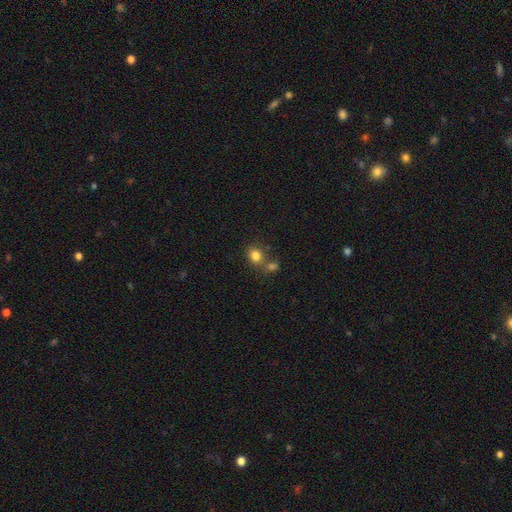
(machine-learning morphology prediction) Smooth or featured?
  - smooth: 81% *
  - star or artifact: 12%
  - featured or disk: 7%
How rounded?
  - round: 58% *
  - in between: 41%
  - cigar-shaped: 1%
Merging?
  - none: 55% *
  - merger: 30%
  - minor disturbance: 11%
  - major disturbance: 4%